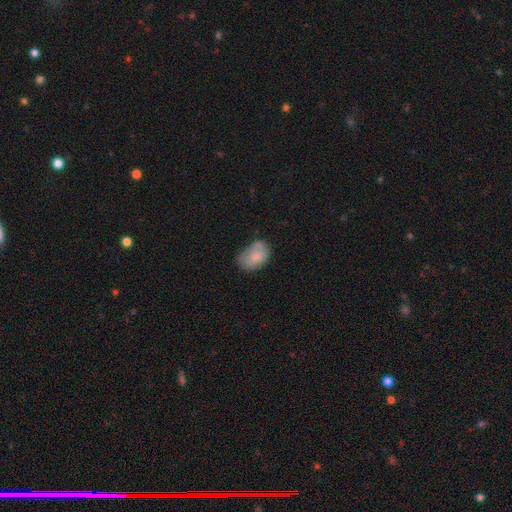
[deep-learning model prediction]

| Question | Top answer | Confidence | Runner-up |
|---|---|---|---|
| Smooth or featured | smooth | 77% | featured or disk (15%) |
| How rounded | in between | 86% | round (13%) |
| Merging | none | 44% | minor disturbance (36%) |